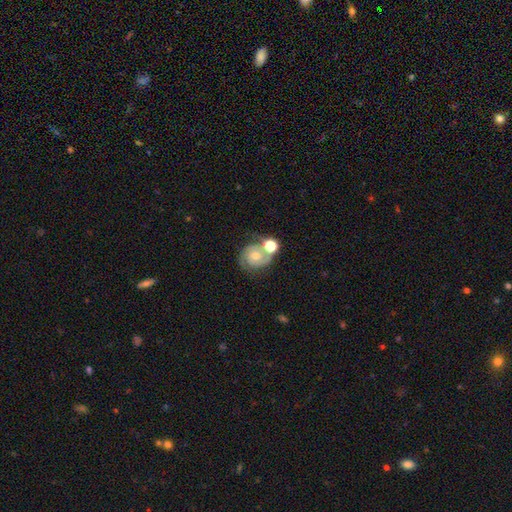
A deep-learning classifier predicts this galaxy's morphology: This is likely a featured or disk galaxy (75%). It is clearly not viewed edge-on (98%). Bar: likely no (70%). Spiral arm pattern: clearly yes (93%). Spiral arm count: clearly 2 (81%). Spiral winding: possibly tight (47%). Central bulge: possibly moderate (55%). Merging: possibly none (51%).